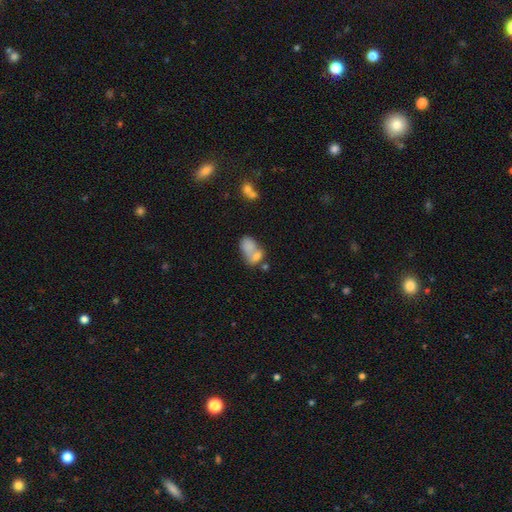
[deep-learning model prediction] The model was most divided on "merging": merger: 62%, none: 20%, minor disturbance: 10%, major disturbance: 8%. More confident: how rounded — in between (79%); smooth or featured — smooth (72%).